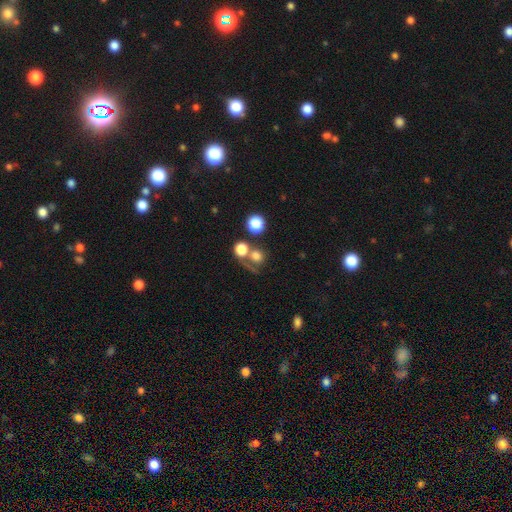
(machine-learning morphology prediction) A smooth galaxy with no disk features (73%) that is round (83%). Merging: none (44%).